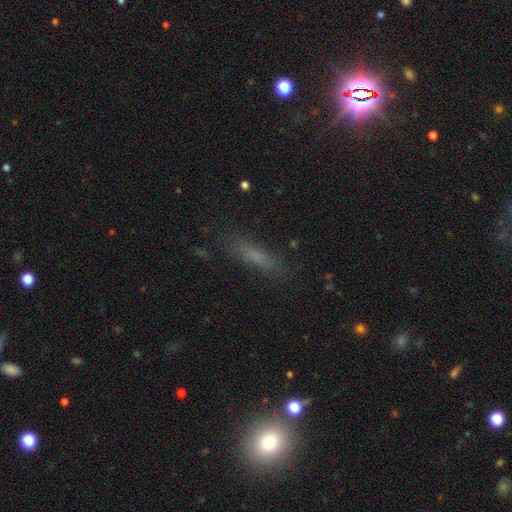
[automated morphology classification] Q: Smooth or featured?
A: smooth (60%); runner-up: star or artifact (20%)
Q: How rounded?
A: cigar-shaped (70%); runner-up: in between (27%)
Q: Merging?
A: none (80%); runner-up: minor disturbance (13%)